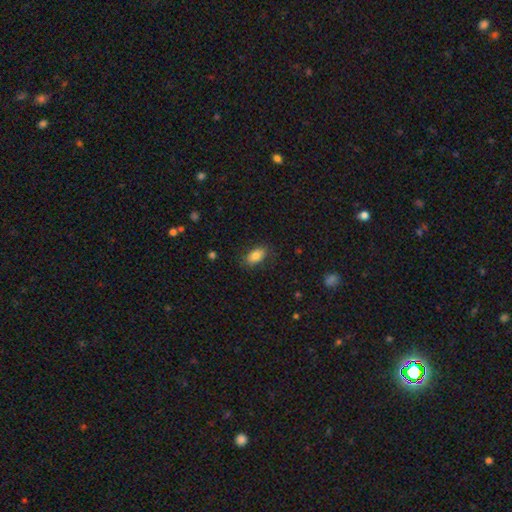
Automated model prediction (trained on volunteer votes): The model was most divided on "merging": none: 82%, minor disturbance: 13%, major disturbance: 4%, merger: 1%. More confident: how rounded — in between (90%); smooth or featured — smooth (82%).